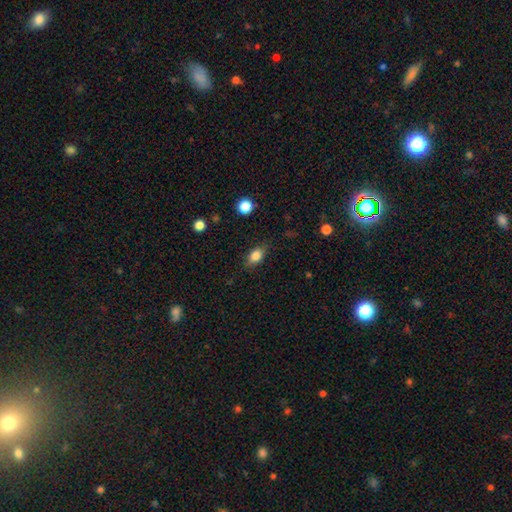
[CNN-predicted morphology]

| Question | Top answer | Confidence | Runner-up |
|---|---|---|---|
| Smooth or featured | smooth | 82% | star or artifact (9%) |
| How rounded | in between | 77% | round (19%) |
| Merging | none | 79% | minor disturbance (16%) |